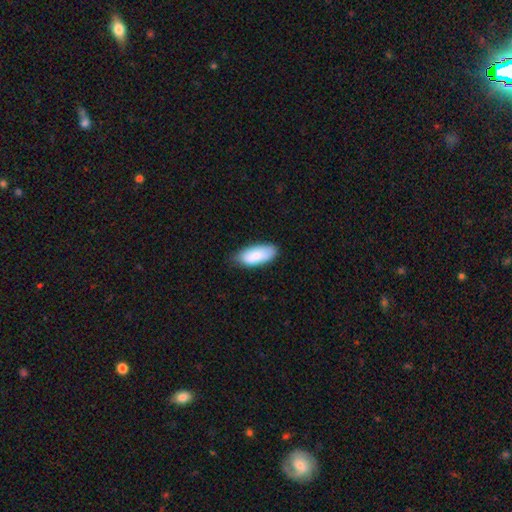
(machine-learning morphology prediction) A smooth galaxy with no disk features (84%) that is in between round and cigar-shaped (88%). Merging: none (71%).